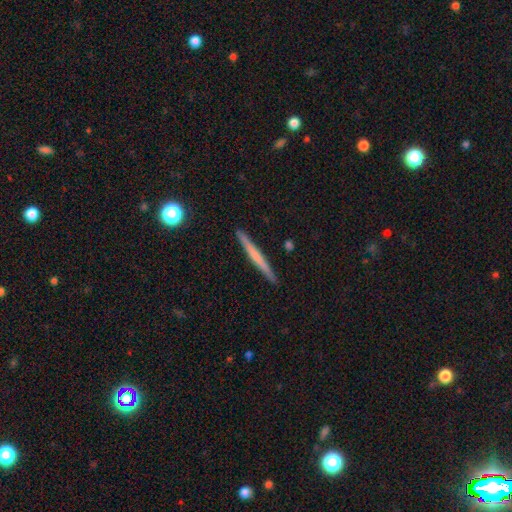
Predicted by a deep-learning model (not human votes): The model was most divided on "smooth or featured": smooth: 49%, featured or disk: 45%, star or artifact: 6%. More confident: merging — none (92%).